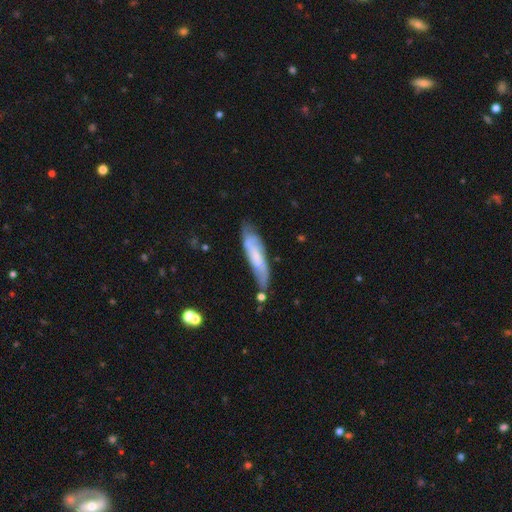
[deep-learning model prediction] smooth_or_featured: featured or disk (p=0.48) [alt: smooth p=0.45]
merging: none (p=0.61) [alt: minor disturbance p=0.26]